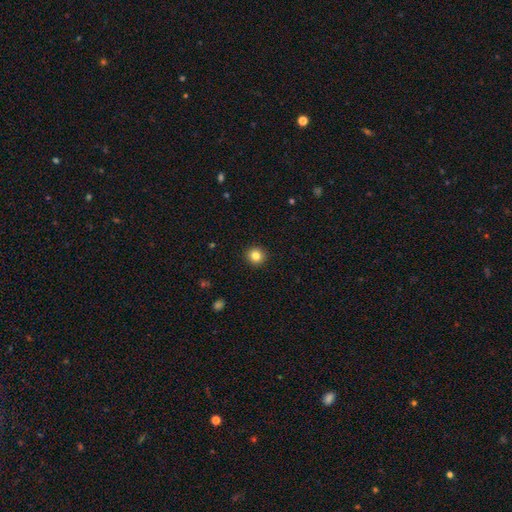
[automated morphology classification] type=smooth (83%); roundness=round (93%); merging=none (93%).